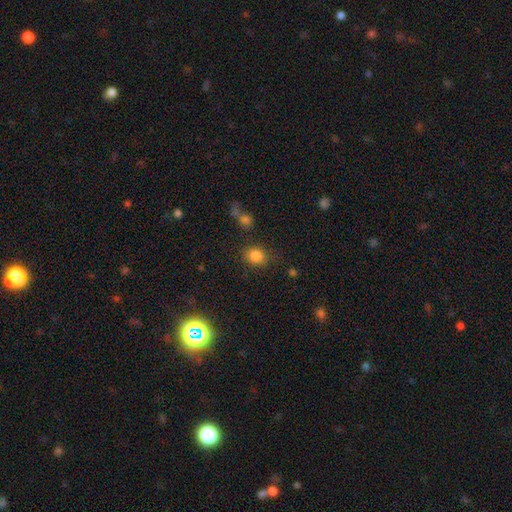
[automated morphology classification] The model was most divided on "how rounded": round: 55%, in between: 44%, cigar-shaped: 1%. More confident: smooth or featured — smooth (83%); merging — none (76%).